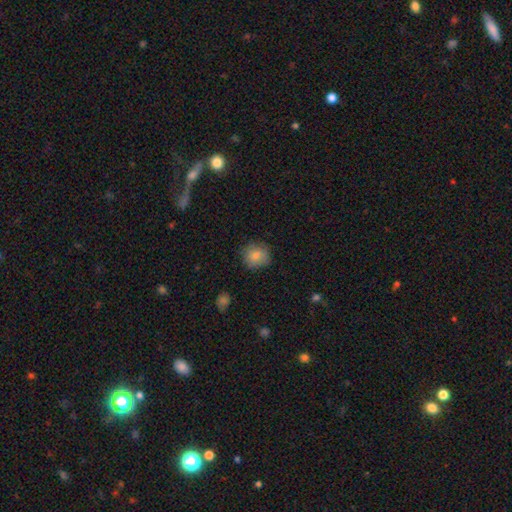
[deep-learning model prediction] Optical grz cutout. It shows a smooth galaxy with no disk features (84%) that is round (87%). Merging: none (81%).